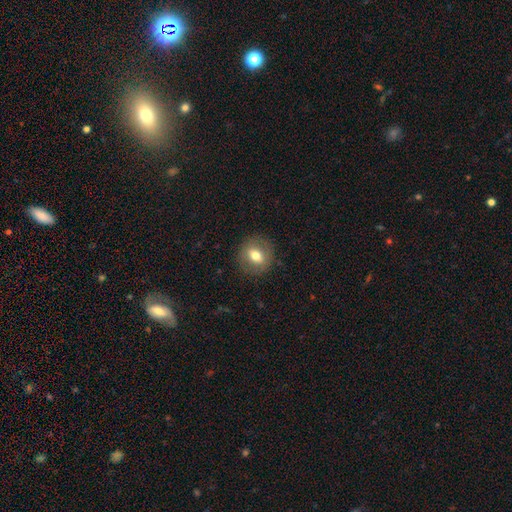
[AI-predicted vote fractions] Smooth or featured? smooth (66%)
How rounded? round (75%)
Merging? none (86%)